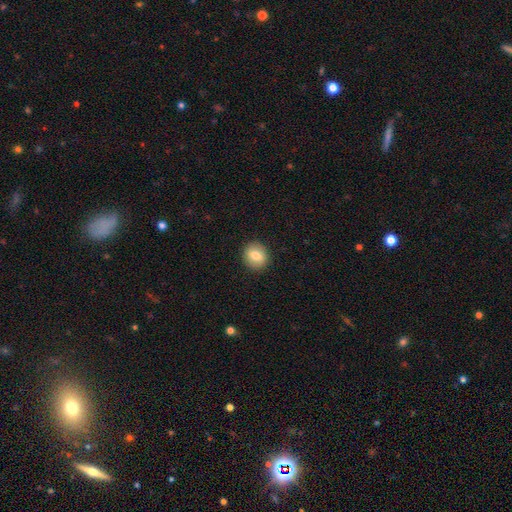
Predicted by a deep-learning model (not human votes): Smooth or featured: smooth — 78% (featured or disk — 13%)
How rounded: round — 79% (in between — 20%)
Merging: none — 91% (minor disturbance — 6%)